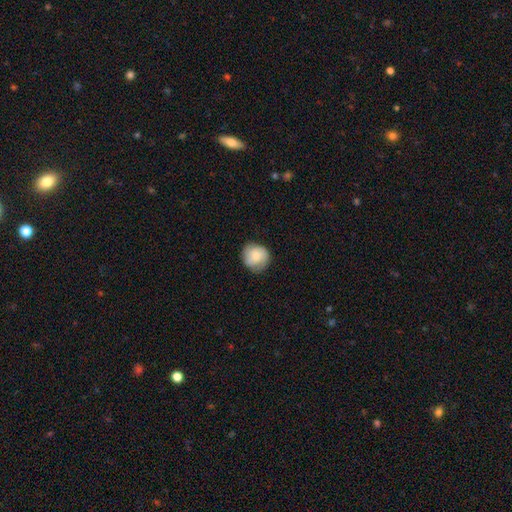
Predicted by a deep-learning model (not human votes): smooth-or-featured: smooth: 72% | featured or disk: 21% | star or artifact: 7%
  how-rounded: round: 89% | in between: 10% | cigar-shaped: 1%
  merging: none: 81% | minor disturbance: 15% | major disturbance: 3% | merger: 1%